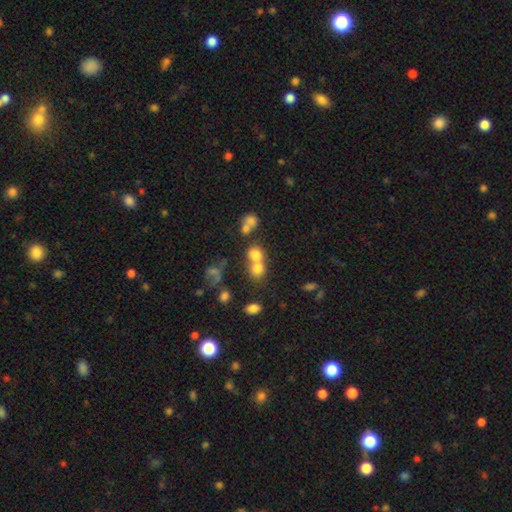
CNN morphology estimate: A smooth galaxy with no disk features (72%) that is round (74%). Merging: merger (54%).